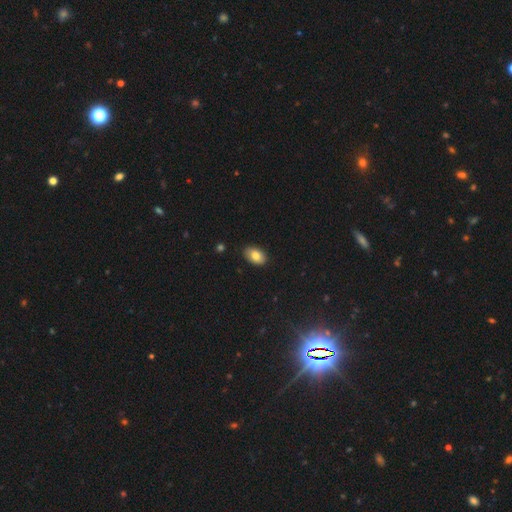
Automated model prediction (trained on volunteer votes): This is clearly a smooth galaxy (82%). How rounded: clearly in between (90%). Merging: clearly none (86%).